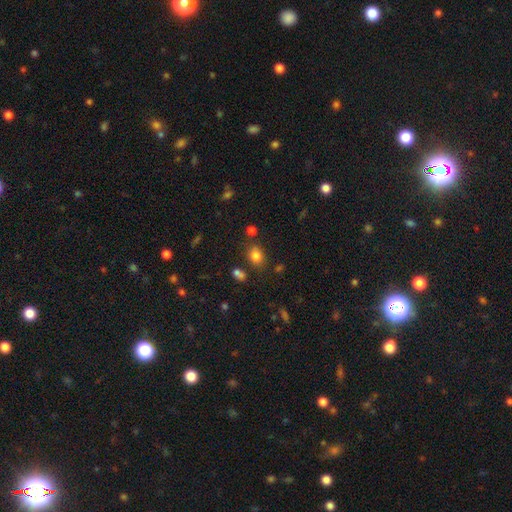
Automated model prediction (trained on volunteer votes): Morphology: type=smooth (80%); roundness=in between (60%); merging=none (77%).